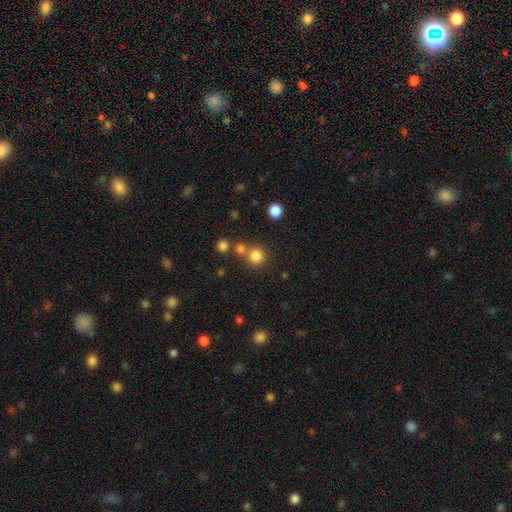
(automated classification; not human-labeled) Smooth or featured? smooth (81%)
How rounded? round (91%)
Merging? none (67%)